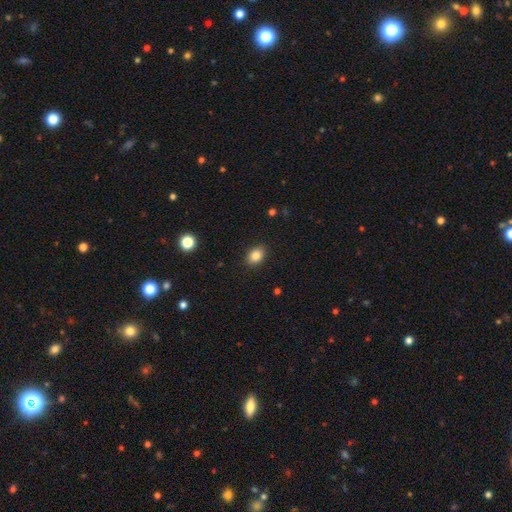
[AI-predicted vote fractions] Smooth or featured? Predicted: smooth (p=0.85). How rounded? Predicted: in between (p=0.68). Merging? Predicted: none (p=0.88).